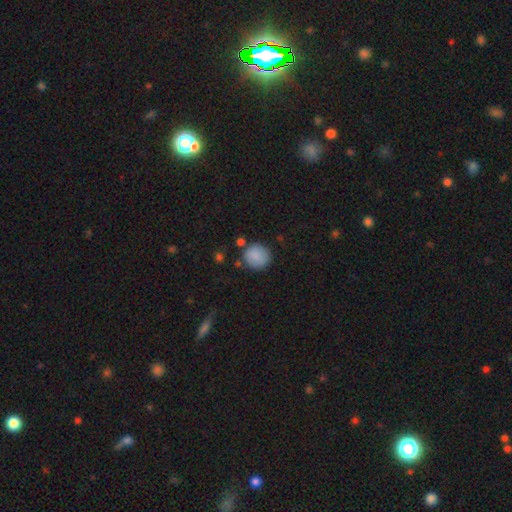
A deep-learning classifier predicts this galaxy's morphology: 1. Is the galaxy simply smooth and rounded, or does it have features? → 87% smooth, 8% star or artifact, 5% featured or disk.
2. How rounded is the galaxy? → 89% round, 10% in between, 1% cigar-shaped.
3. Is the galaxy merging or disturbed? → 78% none, 14% minor disturbance, 5% merger, 4% major disturbance.